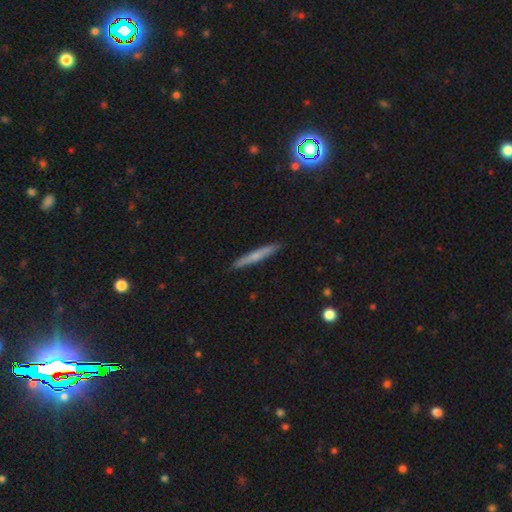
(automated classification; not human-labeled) smooth_or_featured: smooth (p=0.60) [alt: featured or disk p=0.33]
how_rounded: cigar-shaped (p=0.95) [alt: in between p=0.03]
merging: none (p=0.90) [alt: minor disturbance p=0.07]